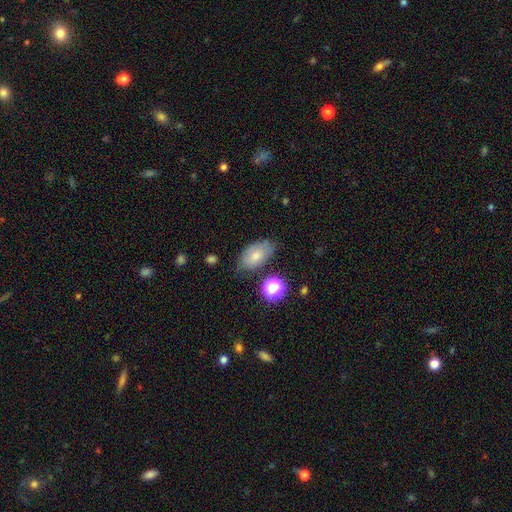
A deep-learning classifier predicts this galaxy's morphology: Smooth or featured? smooth (73%)
How rounded? in between (90%)
Merging? none (65%)